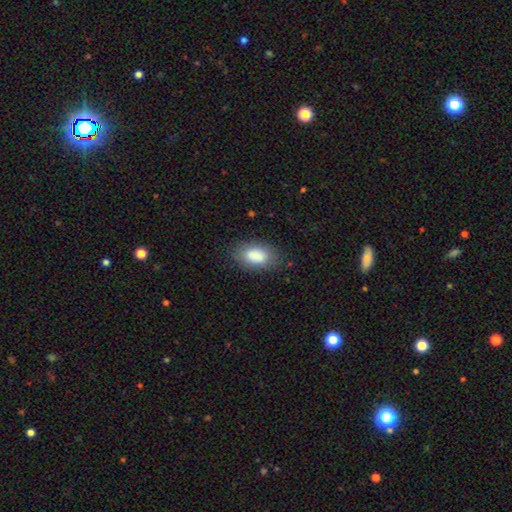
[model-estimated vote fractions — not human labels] Smooth or featured? smooth (86%)
How rounded? in between (92%)
Merging? none (79%)